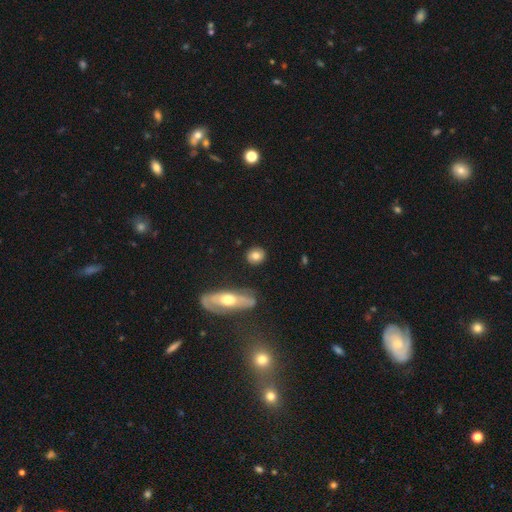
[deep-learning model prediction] Smooth or featured?
  - smooth: 73% *
  - featured or disk: 19%
  - star or artifact: 8%
How rounded?
  - round: 77% *
  - in between: 20%
  - cigar-shaped: 3%
Merging?
  - none: 84% *
  - minor disturbance: 11%
  - major disturbance: 3%
  - merger: 2%